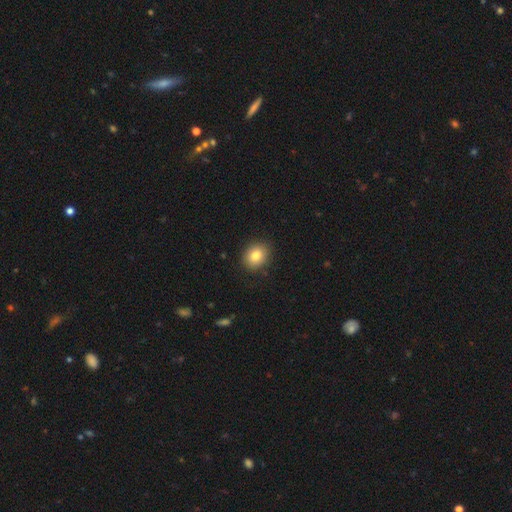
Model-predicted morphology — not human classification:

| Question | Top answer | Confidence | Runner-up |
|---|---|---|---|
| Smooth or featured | smooth | 81% | star or artifact (10%) |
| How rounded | round | 65% | in between (34%) |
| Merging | none | 88% | minor disturbance (9%) |